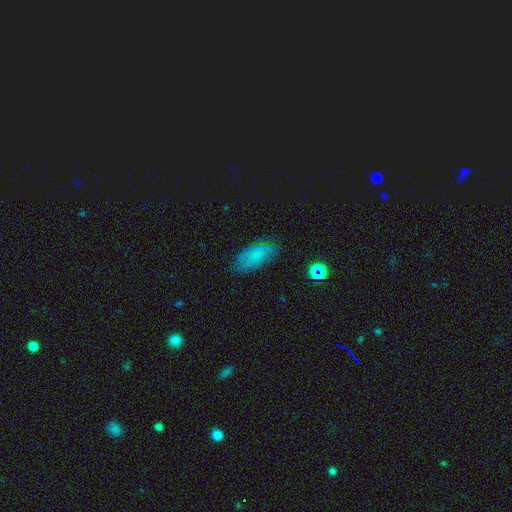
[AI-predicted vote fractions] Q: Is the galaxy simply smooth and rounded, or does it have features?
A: smooth — 68%.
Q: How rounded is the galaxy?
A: in between — 89%.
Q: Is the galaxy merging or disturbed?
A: none — 70%.